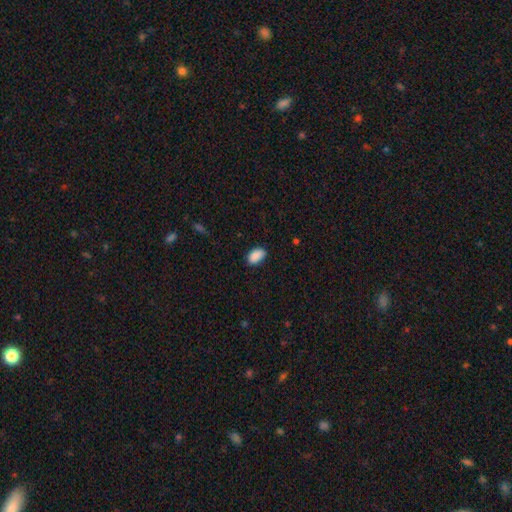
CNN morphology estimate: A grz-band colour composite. It shows a smooth galaxy with no disk features (90%) that is in between round and cigar-shaped (92%). Merging: none (83%).